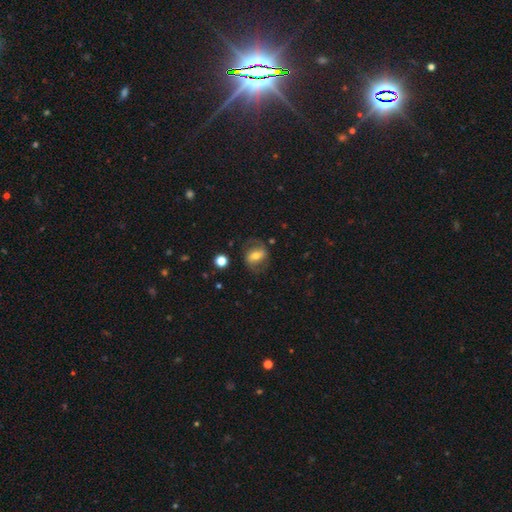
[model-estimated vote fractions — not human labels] This appears to be a featured or disk galaxy (56%) with a strong bar (40%), spiral arms (75%) and a moderate central bulge (62%). Merging: none (71%).